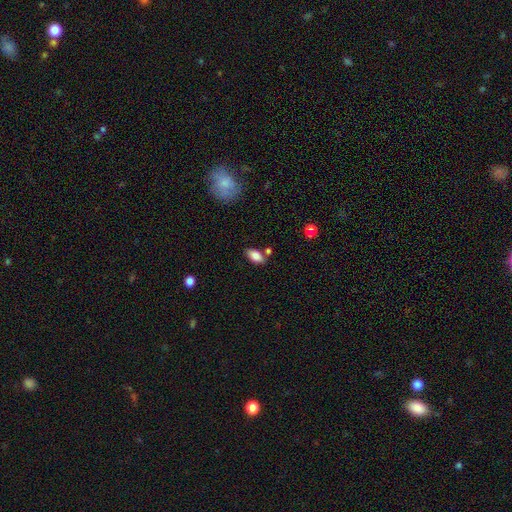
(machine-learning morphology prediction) Overall: smooth (82%). How rounded: in between (91%). Merging: none (75%).